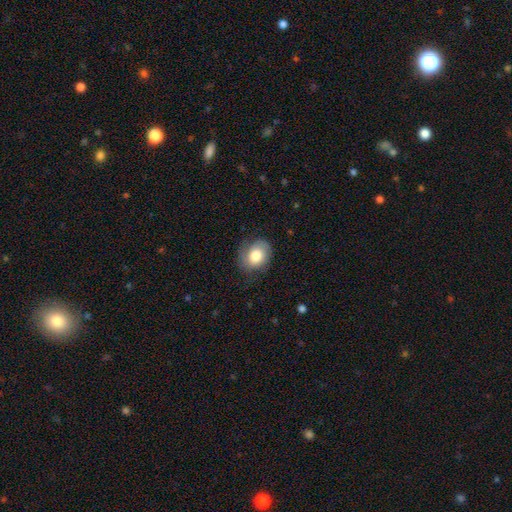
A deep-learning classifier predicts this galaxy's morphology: Smooth or featured? smooth (76%)
How rounded? in between (50%)
Merging? none (71%)